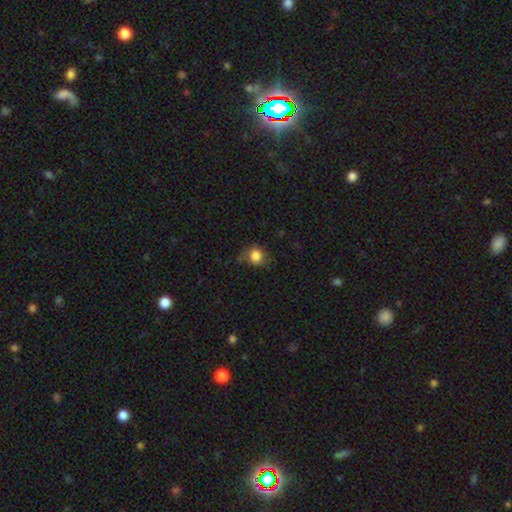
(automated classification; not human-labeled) The model was most divided on "merging": none: 66%, minor disturbance: 24%, major disturbance: 8%, merger: 2%. More confident: smooth or featured — smooth (82%); how rounded — round (80%).